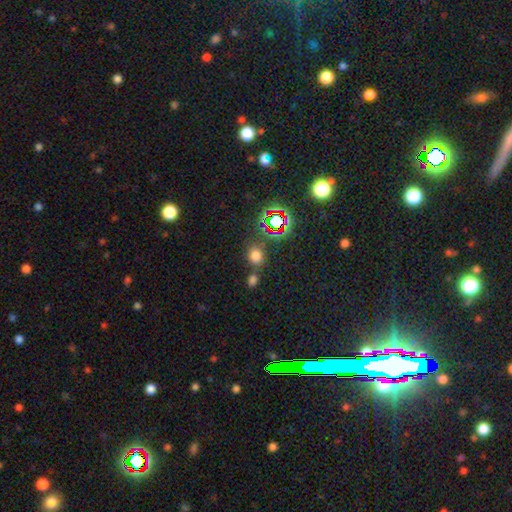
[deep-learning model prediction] Morphology: type=smooth (68%); roundness=round (68%); merging=none (68%).